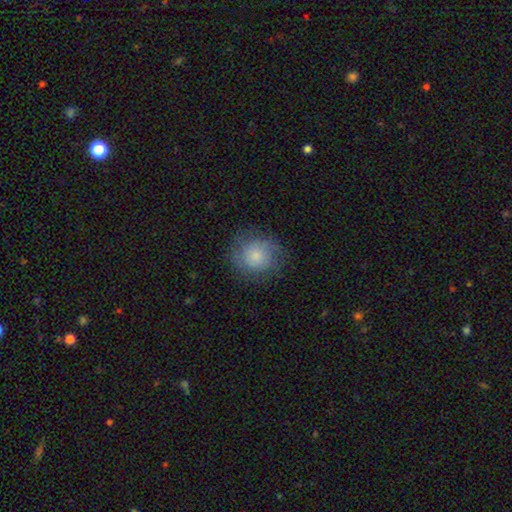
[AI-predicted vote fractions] Smooth or featured: smooth — 66% (featured or disk — 25%)
How rounded: round — 87% (in between — 12%)
Merging: none — 75% (minor disturbance — 16%)